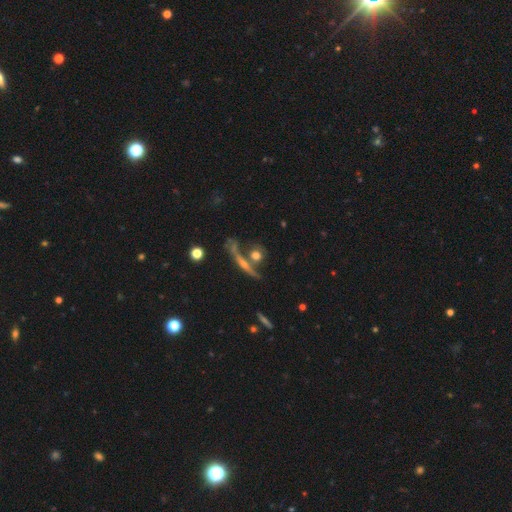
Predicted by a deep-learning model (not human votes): smooth 48%, featured or disk 38%, star or artifact 13%. Down the decision tree: merging — none (55%).